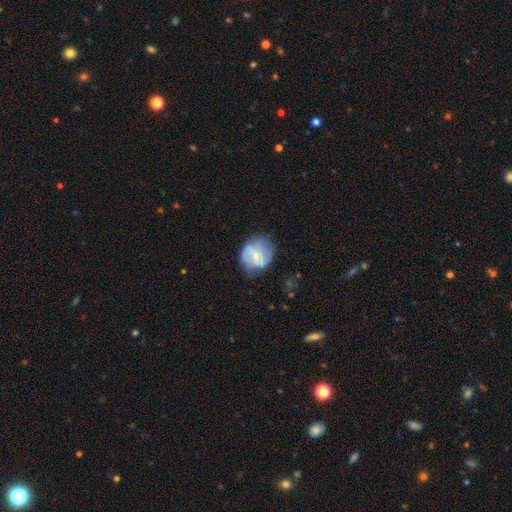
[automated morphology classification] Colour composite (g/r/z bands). It shows a smooth galaxy with no disk features (50%). Merging: none (61%).